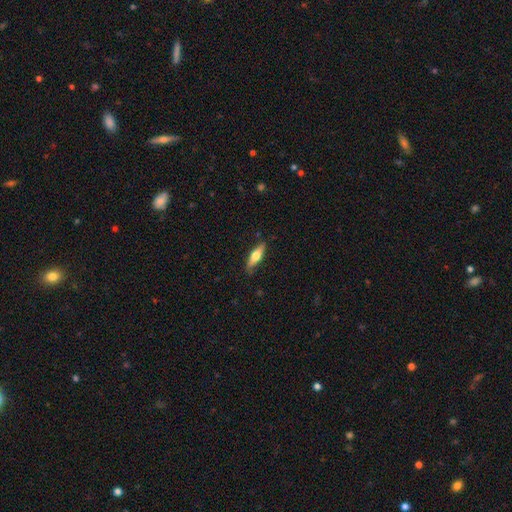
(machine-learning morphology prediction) Smooth or featured?
  - smooth: 55% *
  - featured or disk: 40%
  - star or artifact: 6%
How rounded?
  - cigar-shaped: 54% *
  - in between: 43%
  - round: 2%
Merging?
  - none: 84% *
  - minor disturbance: 12%
  - major disturbance: 2%
  - merger: 1%